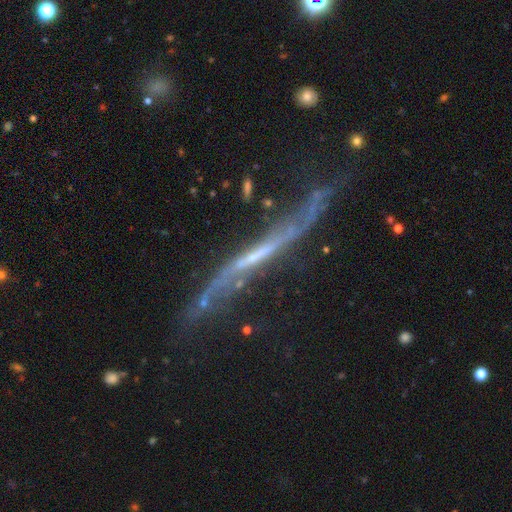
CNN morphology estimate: Smooth or featured: featured or disk — 77% (smooth — 13%)
Edge-on disk: yes — 65% (no — 35%)
Edge-on bulge: none — 75% (rounded — 14%)
Merging: none — 51% (minor disturbance — 25%)